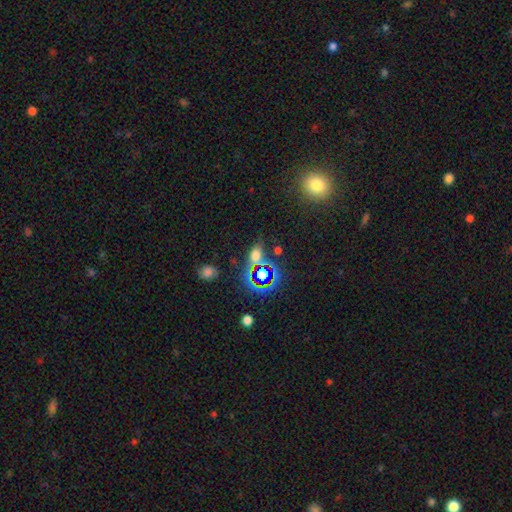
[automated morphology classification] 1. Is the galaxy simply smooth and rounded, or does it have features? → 47% smooth, 36% star or artifact, 17% featured or disk.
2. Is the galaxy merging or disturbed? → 73% none, 13% minor disturbance, 7% merger, 6% major disturbance.